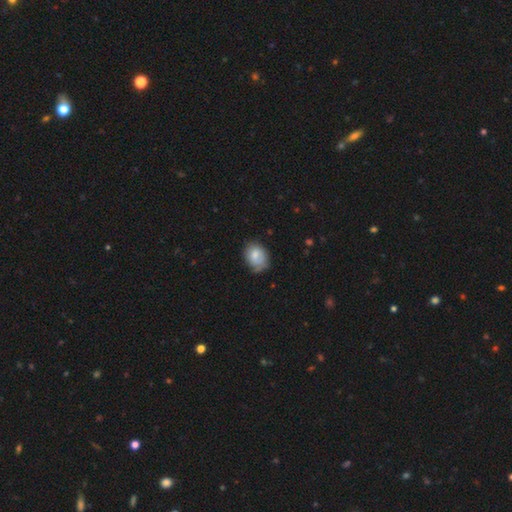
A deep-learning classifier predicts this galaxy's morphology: This is likely a smooth galaxy (76%). How rounded: likely in between (65%). Merging: likely none (61%).